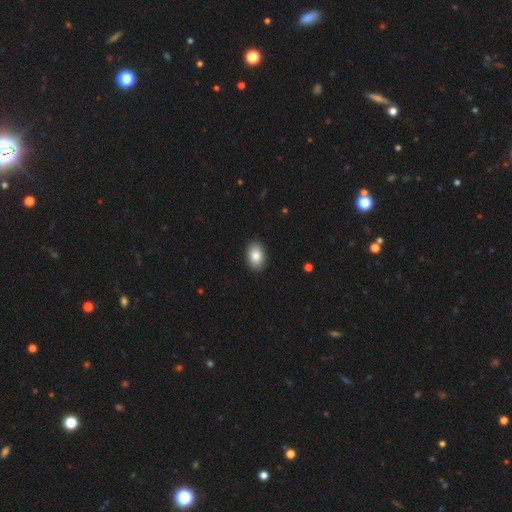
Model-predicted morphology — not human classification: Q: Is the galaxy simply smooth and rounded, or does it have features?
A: smooth — 85%.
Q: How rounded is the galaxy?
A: in between — 87%.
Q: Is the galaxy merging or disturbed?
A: none — 91%.